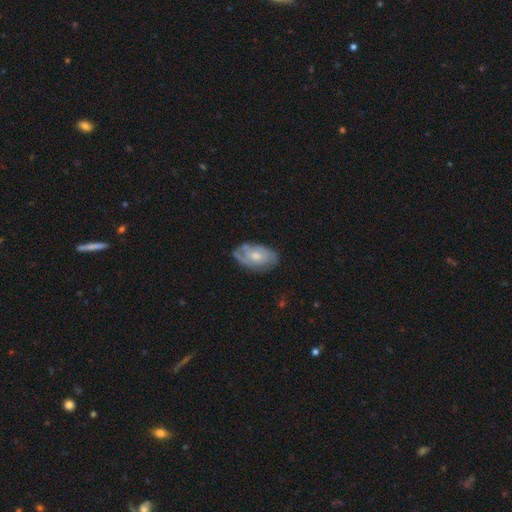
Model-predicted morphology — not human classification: A featured or disk galaxy (56%) with no bar (77%), spiral arms (65%) and a moderate central bulge (60%).

Vote fractions:
- Smooth or featured? featured or disk: 56% / smooth: 38% / star or artifact: 6%
- Edge-on disk? no: 94% / yes: 6%
- Bar? no: 77% / weak: 20% / strong: 3%
- Spiral arms? yes: 65% / no: 35%
- Bulge size? moderate: 60% / small: 29% / large: 6% / none: 3% / dominant: 1%
- Merging? none: 62% / minor disturbance: 27% / major disturbance: 9% / merger: 2%